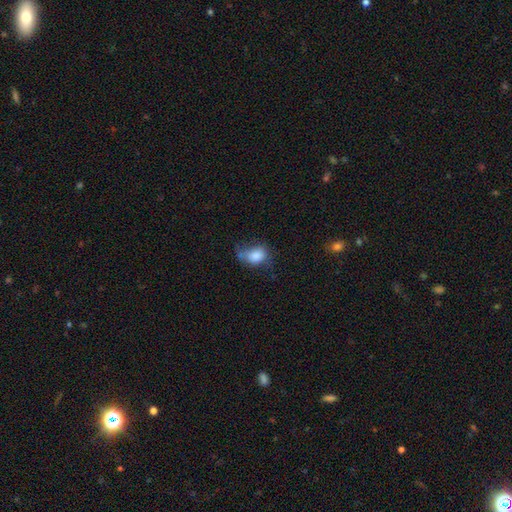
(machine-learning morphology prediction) smooth_or_featured: smooth (p=0.79) [alt: featured or disk p=0.12]
how_rounded: in between (p=0.73) [alt: round p=0.25]
merging: minor disturbance (p=0.36) [alt: none p=0.35]